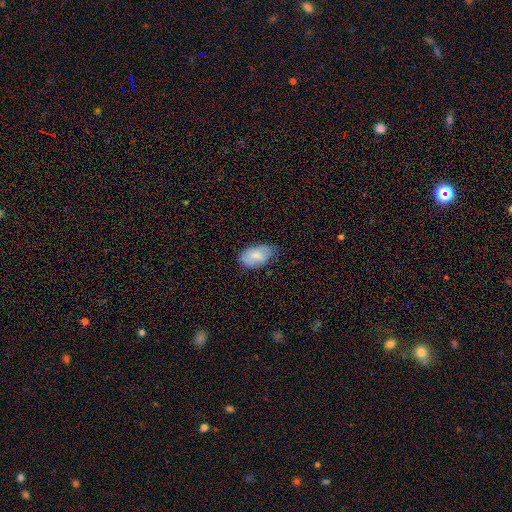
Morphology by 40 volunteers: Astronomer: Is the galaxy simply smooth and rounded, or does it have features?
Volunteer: smooth — 72%.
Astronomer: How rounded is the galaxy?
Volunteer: in between — 97%.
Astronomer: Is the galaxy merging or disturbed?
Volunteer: minor disturbance — 54% (runner-up: none, 41%).